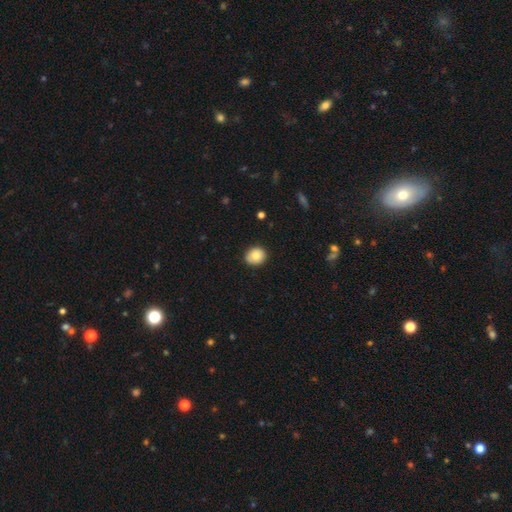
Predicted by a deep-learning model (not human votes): Smooth or featured? Predicted: smooth (p=0.84). How rounded? Predicted: round (p=0.69). Merging? Predicted: none (p=0.89).